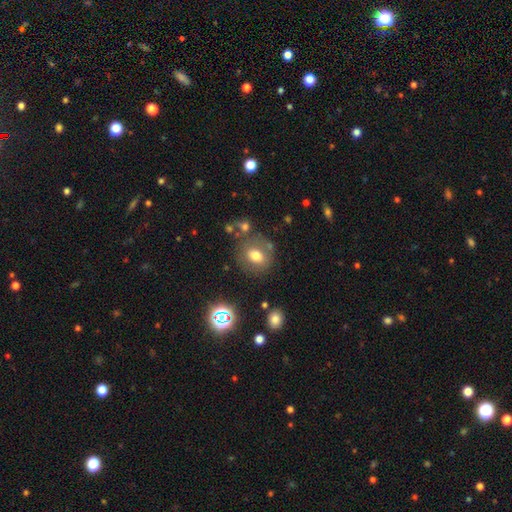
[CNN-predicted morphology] Overall: smooth (70%). How rounded: round (65%; in between 34%). Merging: none (70%).